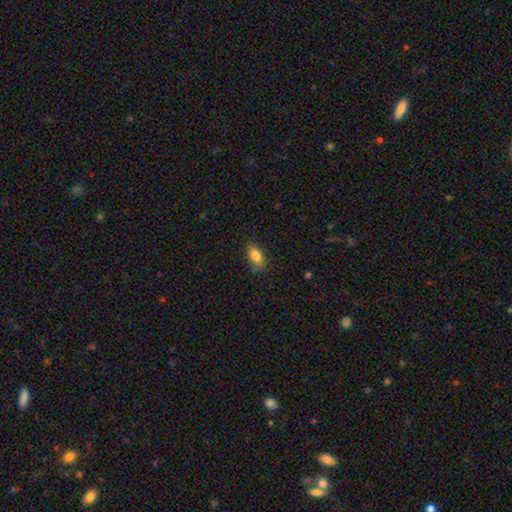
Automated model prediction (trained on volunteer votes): Smooth or featured? Predicted: smooth (p=0.83). How rounded? Predicted: in between (p=0.87). Merging? Predicted: none (p=0.79).